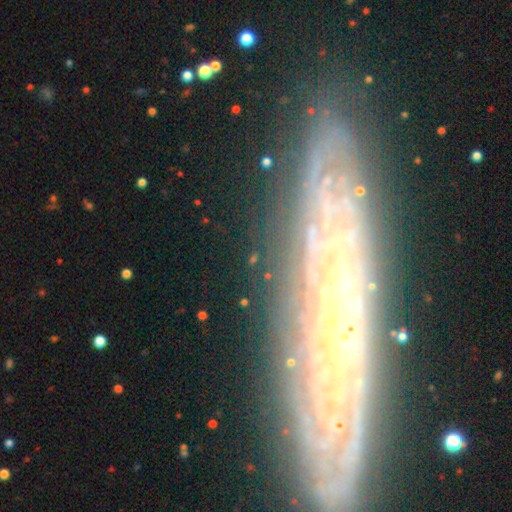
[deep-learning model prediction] smooth-or-featured: featured or disk: 50% | star or artifact: 34% | smooth: 16%
  disk-edge-on: yes: 51% | no: 49%
  merging: none: 85% | minor disturbance: 10% | major disturbance: 3% | merger: 2%